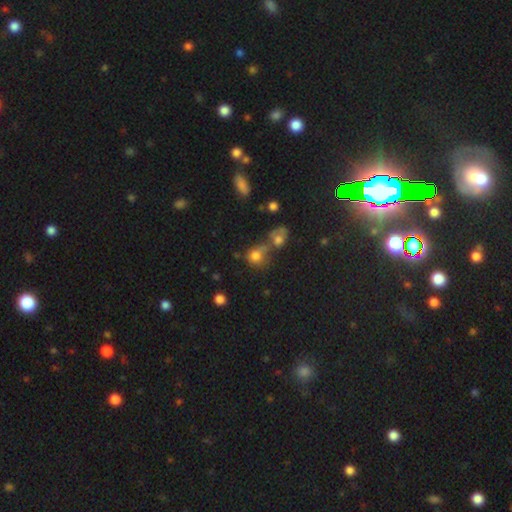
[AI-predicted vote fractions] smooth 76%, star or artifact 14%, featured or disk 10%. Down the decision tree: how rounded — round (77%); merging — merger (45%).